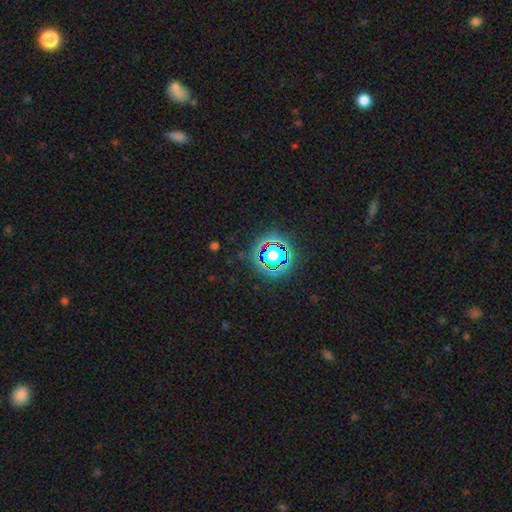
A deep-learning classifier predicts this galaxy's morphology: Smooth or featured? star or artifact (73%)